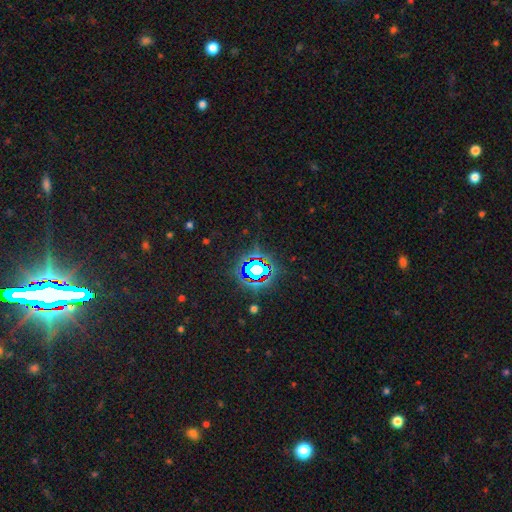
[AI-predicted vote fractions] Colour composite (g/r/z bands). It shows a star or artifact, not a galaxy (84%).